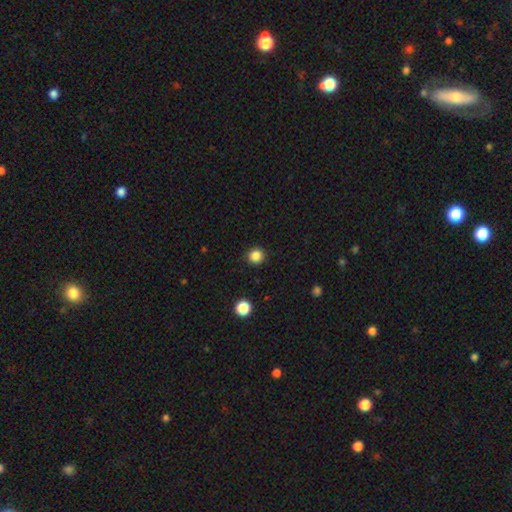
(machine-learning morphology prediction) smooth_or_featured: smooth (p=0.85) [alt: star or artifact p=0.12]
how_rounded: round (p=0.94) [alt: in between p=0.05]
merging: none (p=0.91) [alt: minor disturbance p=0.06]